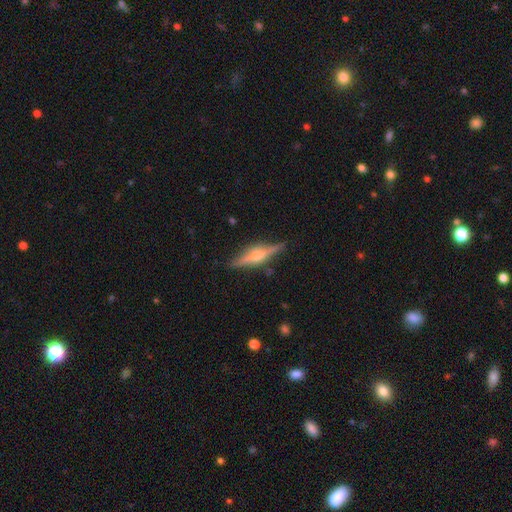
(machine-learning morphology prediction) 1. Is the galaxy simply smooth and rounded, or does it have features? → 79% featured or disk, 15% smooth, 6% star or artifact.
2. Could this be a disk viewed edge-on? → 97% yes, 3% no.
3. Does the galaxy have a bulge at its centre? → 90% rounded, 7% boxy, 3% none.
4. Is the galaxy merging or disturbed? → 88% none, 9% minor disturbance, 2% major disturbance, 1% merger.